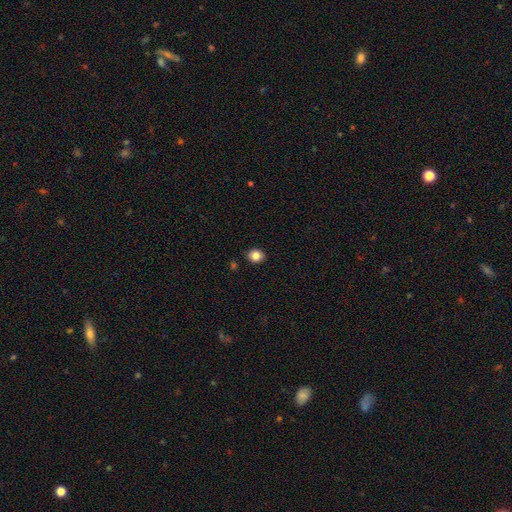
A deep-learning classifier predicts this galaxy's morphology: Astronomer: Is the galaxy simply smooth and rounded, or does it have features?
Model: smooth — 84%.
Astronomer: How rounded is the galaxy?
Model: round — 69%.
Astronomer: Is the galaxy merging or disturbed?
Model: none — 89%.